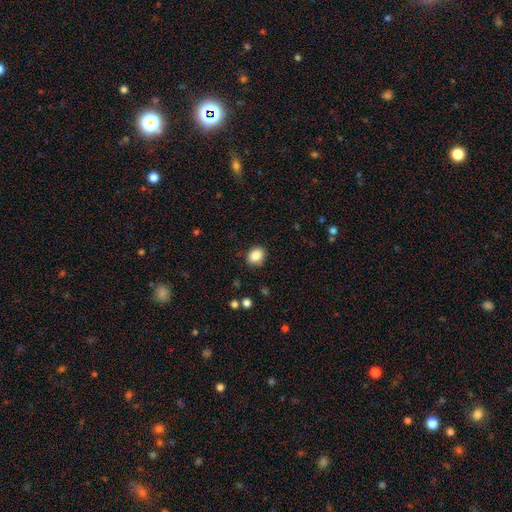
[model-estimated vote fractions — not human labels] This is clearly a smooth galaxy (87%). How rounded: possibly round (55%). Merging: clearly none (85%).